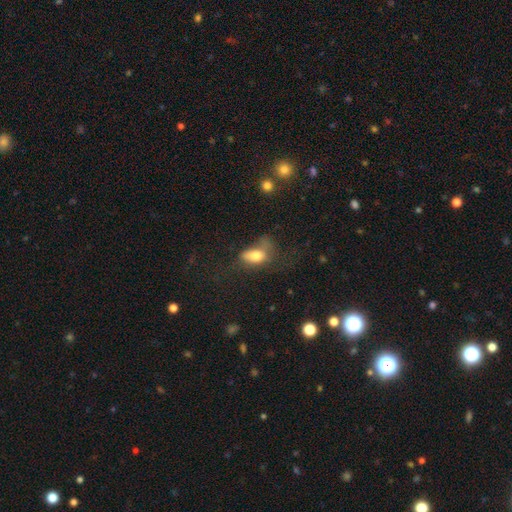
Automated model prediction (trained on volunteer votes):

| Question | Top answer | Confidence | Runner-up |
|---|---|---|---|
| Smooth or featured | smooth | 74% | featured or disk (16%) |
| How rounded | in between | 86% | round (9%) |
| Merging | major disturbance | 40% | none (28%) |